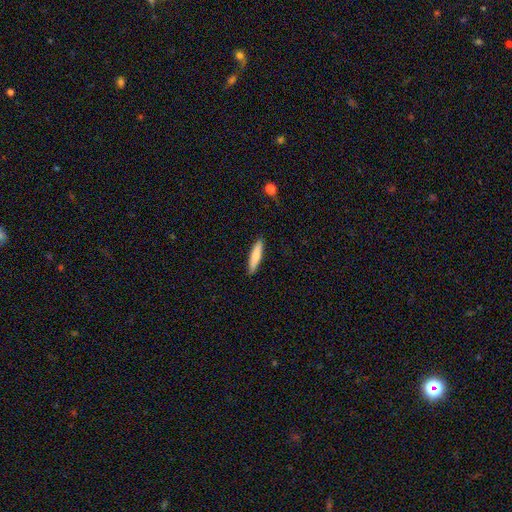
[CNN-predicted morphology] Smooth or featured? smooth (78%)
How rounded? cigar-shaped (86%)
Merging? none (90%)